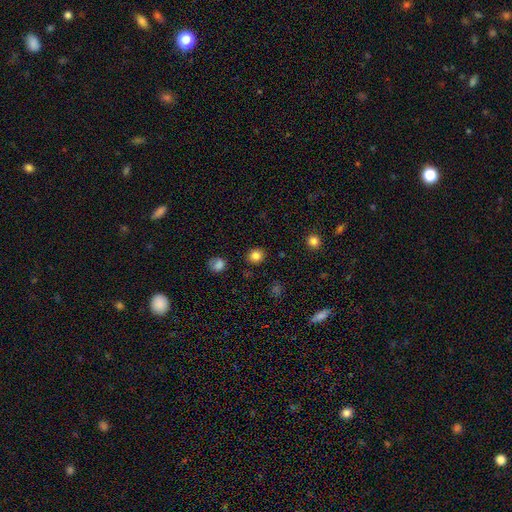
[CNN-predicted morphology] Smooth or featured? Predicted: smooth (p=0.84). How rounded? Predicted: round (p=0.83). Merging? Predicted: none (p=0.90).